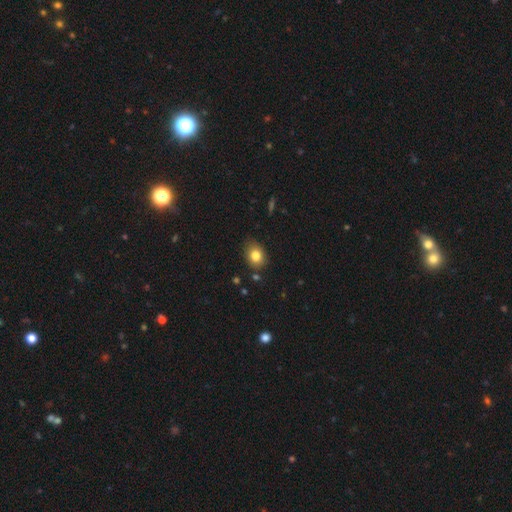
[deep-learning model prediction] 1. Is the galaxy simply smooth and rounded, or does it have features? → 81% smooth, 10% star or artifact, 9% featured or disk.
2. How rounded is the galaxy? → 56% in between, 43% round, 1% cigar-shaped.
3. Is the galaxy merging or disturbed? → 78% none, 17% minor disturbance, 3% major disturbance, 2% merger.